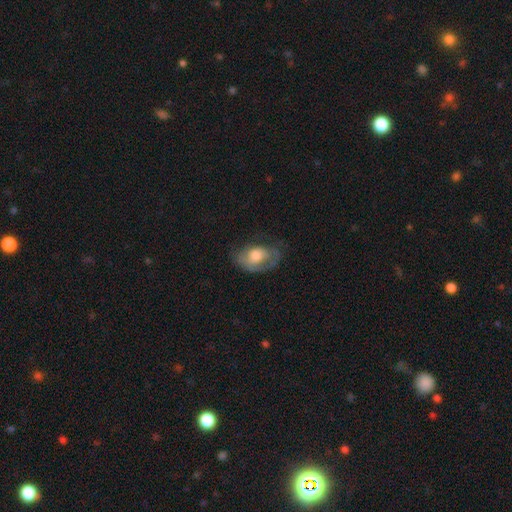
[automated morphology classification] Overall: smooth (47%; featured or disk 46%). Merging: none (49%; minor disturbance 29%).